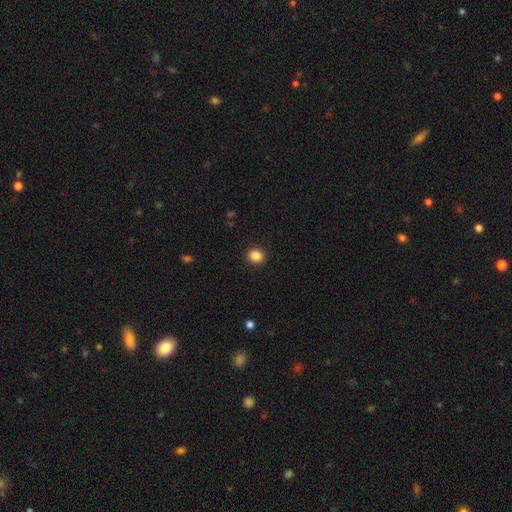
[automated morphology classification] This appears to be a smooth galaxy with no disk features (87%) that is round (74%). Merging: none (91%).